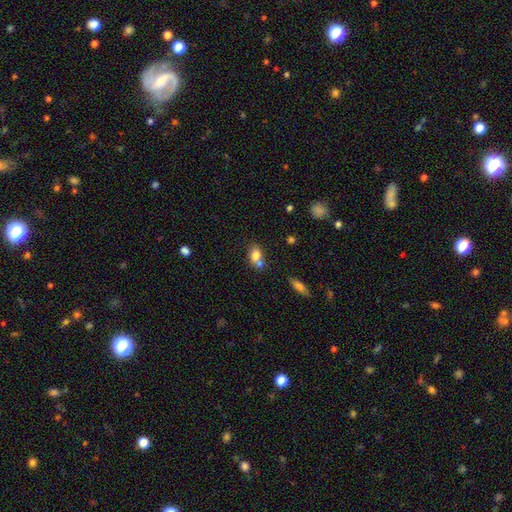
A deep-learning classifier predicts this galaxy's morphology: smooth 77%, featured or disk 13%, star or artifact 10%. Down the decision tree: how rounded — in between (65%); merging — merger (46%).